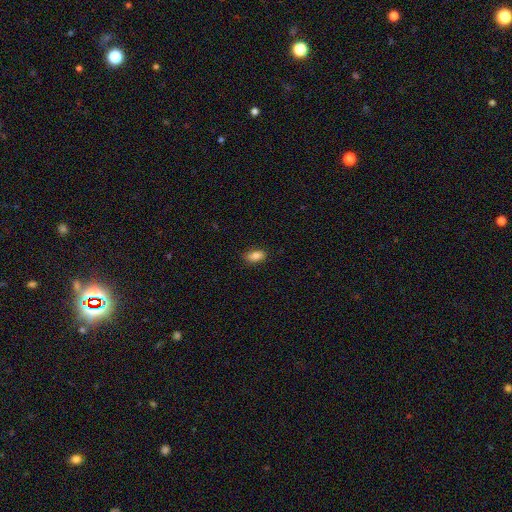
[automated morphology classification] Smooth or featured? smooth (85%)
How rounded? in between (90%)
Merging? none (86%)